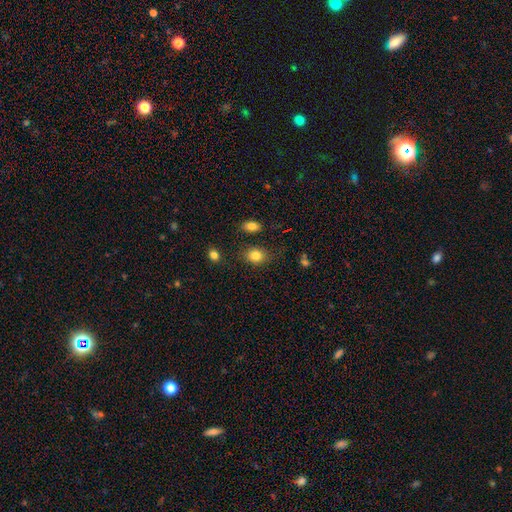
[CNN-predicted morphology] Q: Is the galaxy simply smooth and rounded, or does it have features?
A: smooth — 82%.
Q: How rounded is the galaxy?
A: in between — 52%.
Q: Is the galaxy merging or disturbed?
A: none — 79%.